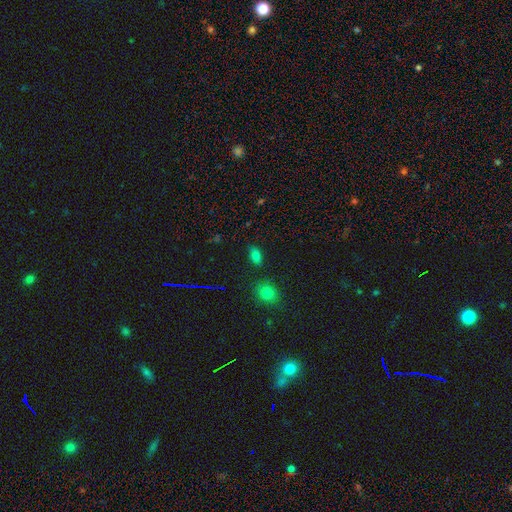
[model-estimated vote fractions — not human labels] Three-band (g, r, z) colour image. It shows a smooth galaxy with no disk features (76%) that is in between round and cigar-shaped (88%). Merging: none (79%).